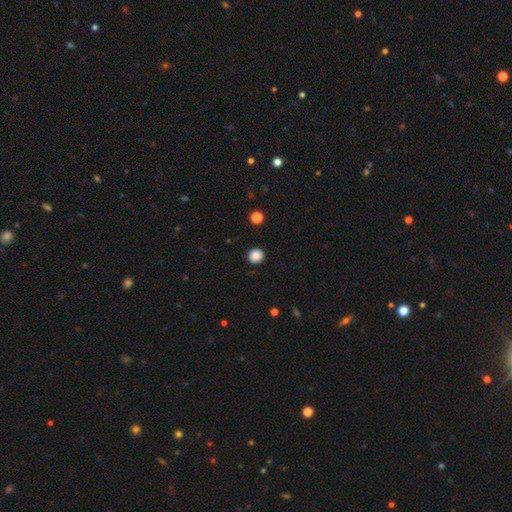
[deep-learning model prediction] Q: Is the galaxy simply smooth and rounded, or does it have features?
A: smooth — 87%.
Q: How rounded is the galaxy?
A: round — 88%.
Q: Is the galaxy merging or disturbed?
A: none — 91%.